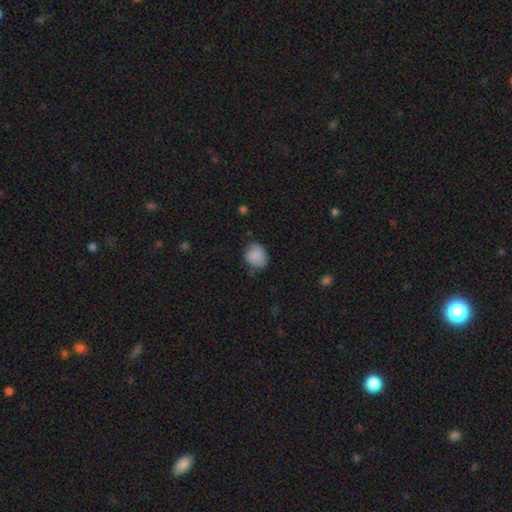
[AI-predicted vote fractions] smooth-or-featured: smooth: 83% | featured or disk: 9% | star or artifact: 8%
  how-rounded: round: 53% | in between: 46% | cigar-shaped: 1%
  merging: none: 64% | minor disturbance: 27% | major disturbance: 6% | merger: 2%